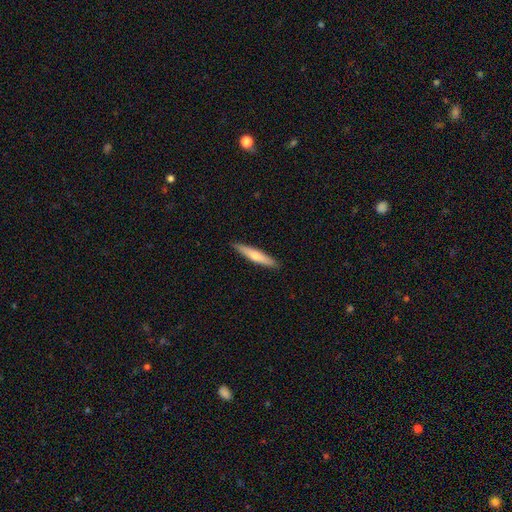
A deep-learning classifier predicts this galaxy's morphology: Smooth or featured? Predicted: smooth (p=0.60). How rounded? Predicted: cigar-shaped (p=0.90). Merging? Predicted: none (p=0.90).